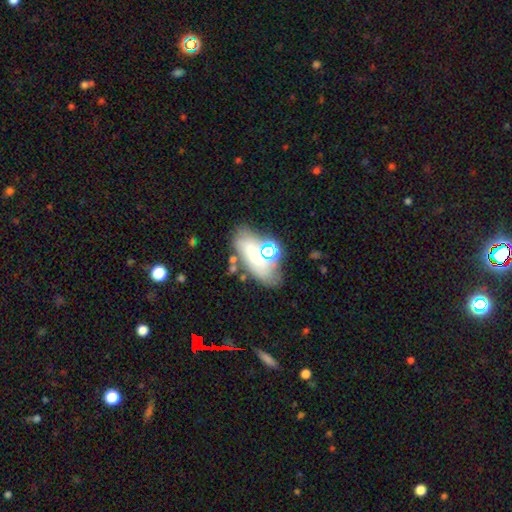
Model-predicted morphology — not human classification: Overall: smooth (45%; featured or disk 42%). Merging: none (58%; minor disturbance 19%).